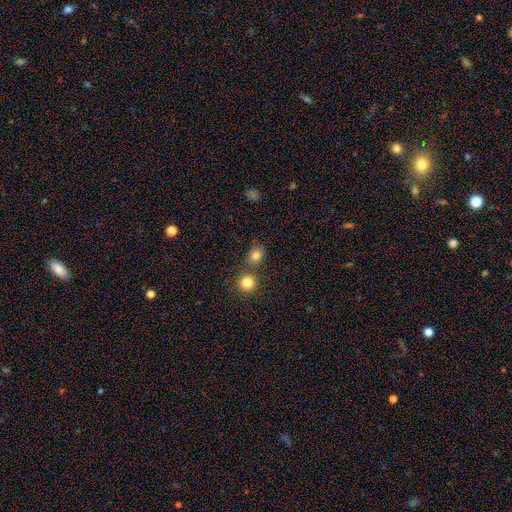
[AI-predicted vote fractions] The model was most divided on "how rounded": round: 58%, in between: 41%, cigar-shaped: 1%. More confident: smooth or featured — smooth (80%); merging — none (65%).